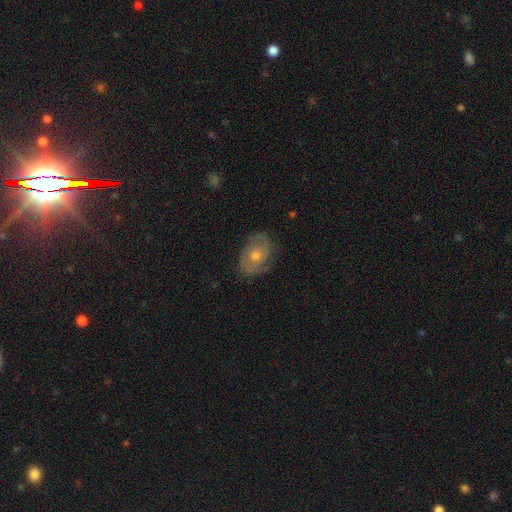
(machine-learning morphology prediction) A featured or disk galaxy (70%) with no bar (78%), 2 (64%) tight (55%) spiral arms (84%) and a moderate central bulge (62%).

Vote fractions:
- Smooth or featured? featured or disk: 70% / smooth: 21% / star or artifact: 9%
- Edge-on disk? no: 96% / yes: 4%
- Bar? no: 78% / weak: 19% / strong: 3%
- Spiral arms? yes: 84% / no: 16%
- Spiral winding? tight: 55% / medium: 35% / loose: 11%
- Spiral arm count? 2: 64% / can't tell: 23% / 3: 5% / 1: 4% / 4: 2% / more than 4: 2%
- Bulge size? moderate: 62% / small: 33% / large: 3% / none: 1% / dominant: 1%
- Merging? none: 78% / minor disturbance: 16% / major disturbance: 5% / merger: 1%